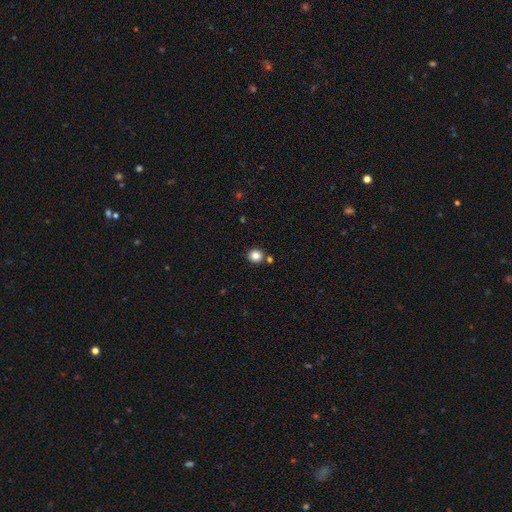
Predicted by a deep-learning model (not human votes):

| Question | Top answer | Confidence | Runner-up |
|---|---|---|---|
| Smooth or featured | smooth | 84% | star or artifact (11%) |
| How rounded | round | 89% | in between (10%) |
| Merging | none | 82% | merger (9%) |